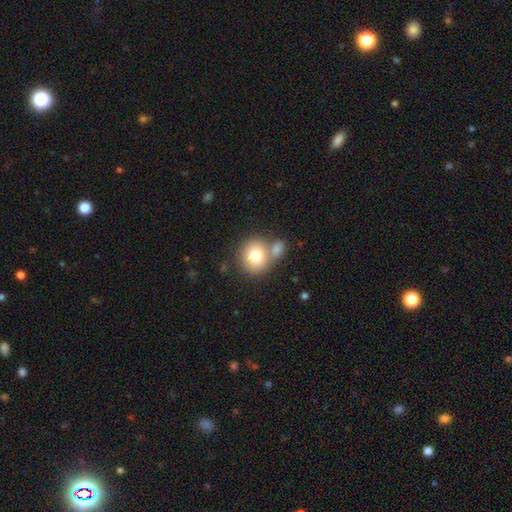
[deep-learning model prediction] Smooth or featured?
  - smooth: 77% *
  - featured or disk: 14%
  - star or artifact: 9%
How rounded?
  - round: 82% *
  - in between: 17%
  - cigar-shaped: 1%
Merging?
  - none: 54% *
  - merger: 31%
  - minor disturbance: 11%
  - major disturbance: 4%